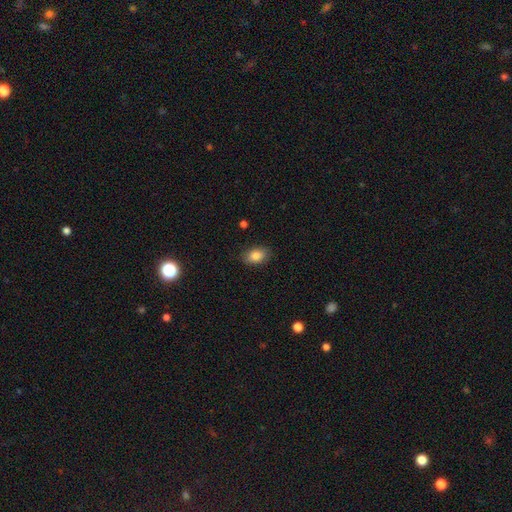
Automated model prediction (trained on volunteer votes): Smooth or featured: smooth — 85% (star or artifact — 8%)
How rounded: in between — 85% (round — 13%)
Merging: none — 86% (minor disturbance — 10%)